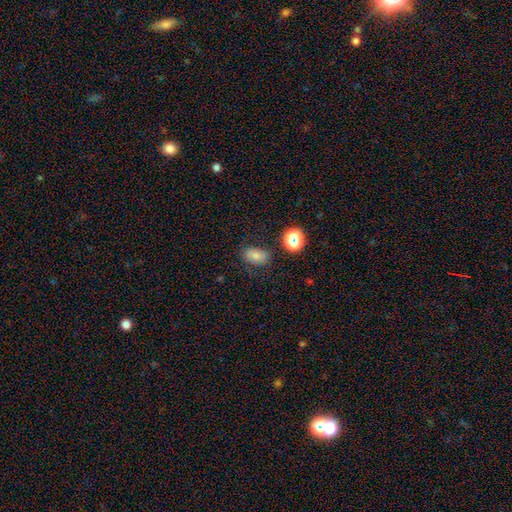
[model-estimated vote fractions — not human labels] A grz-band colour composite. It shows a smooth galaxy with no disk features (75%) that is in between round and cigar-shaped (82%). Merging: none (74%).